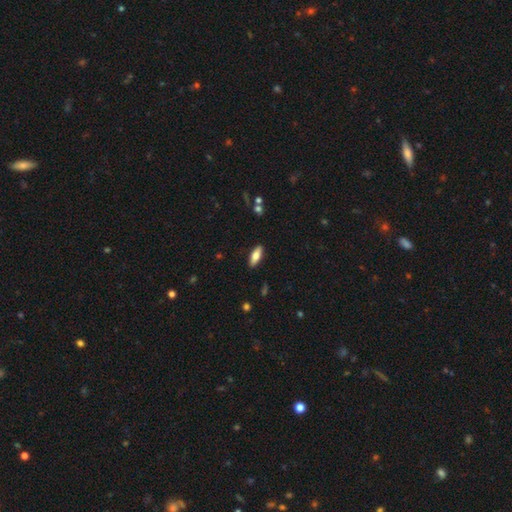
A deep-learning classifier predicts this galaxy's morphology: Smooth or featured? Predicted: smooth (p=0.74). How rounded? Predicted: in between (p=0.73). Merging? Predicted: none (p=0.89).